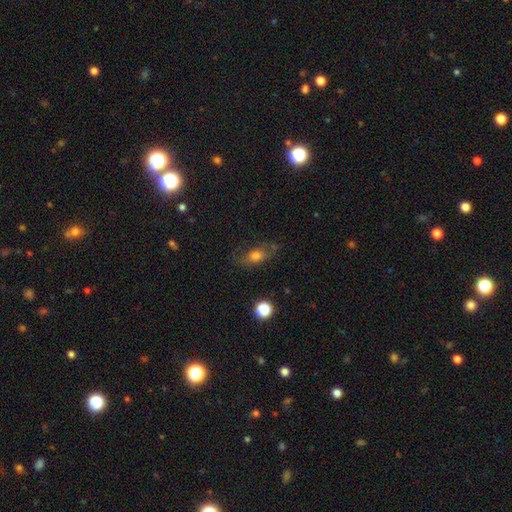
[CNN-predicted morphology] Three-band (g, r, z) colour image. It shows a smooth galaxy with no disk features (55%) that is in between round and cigar-shaped (71%). Merging: none (66%).